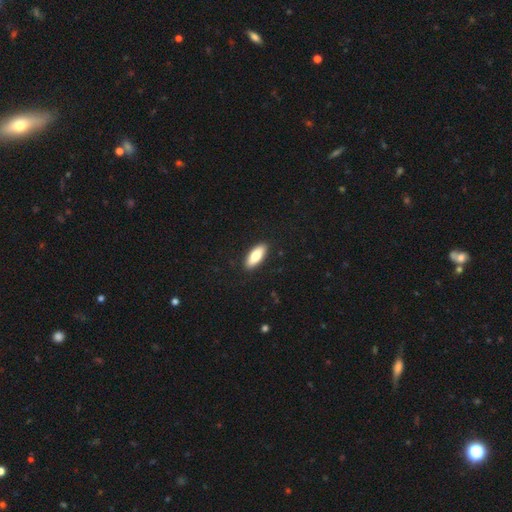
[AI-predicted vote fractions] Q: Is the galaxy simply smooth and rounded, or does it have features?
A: smooth — 80%.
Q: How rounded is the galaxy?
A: in between — 75%.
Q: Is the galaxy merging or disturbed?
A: none — 90%.